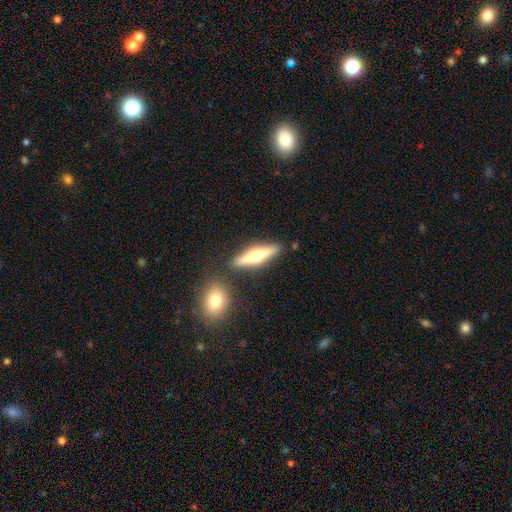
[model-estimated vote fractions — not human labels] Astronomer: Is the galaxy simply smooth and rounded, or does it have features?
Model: featured or disk — 56% (runner-up: smooth, 38%).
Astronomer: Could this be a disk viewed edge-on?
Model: yes — 94%.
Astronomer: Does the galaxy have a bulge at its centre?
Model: rounded — 93%.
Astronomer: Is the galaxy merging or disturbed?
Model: none — 83%.